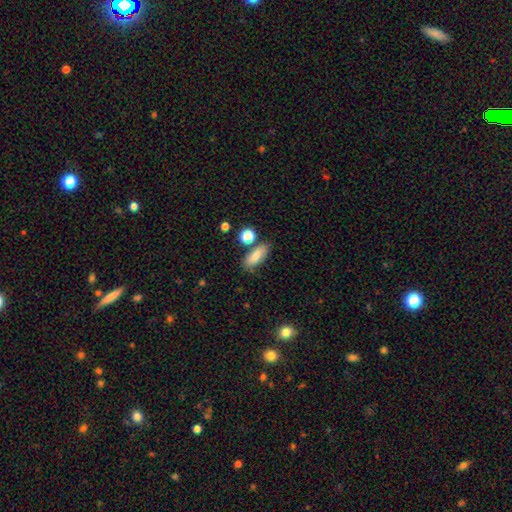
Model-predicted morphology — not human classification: smooth 81%, featured or disk 10%, star or artifact 9%. Down the decision tree: how rounded — in between (65%); merging — none (73%).